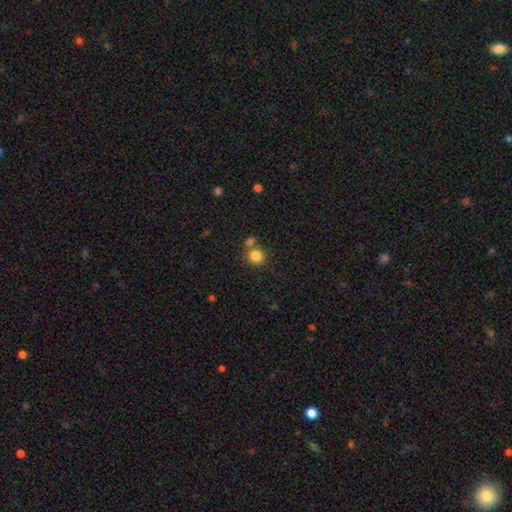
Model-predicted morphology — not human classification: Smooth or featured? smooth (84%)
How rounded? round (88%)
Merging? none (65%)